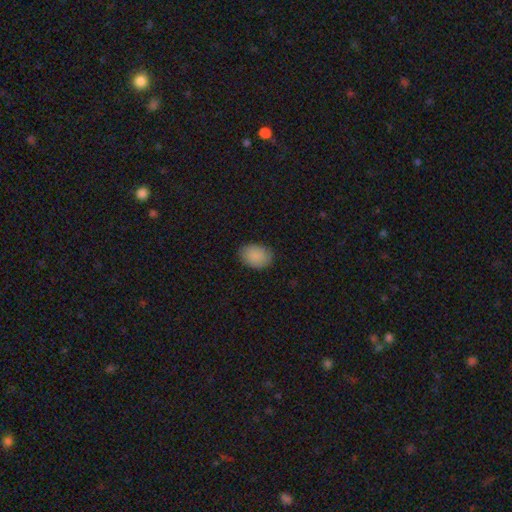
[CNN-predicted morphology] smooth-or-featured: smooth: 88% | star or artifact: 7% | featured or disk: 4%
  how-rounded: in between: 72% | round: 27% | cigar-shaped: 1%
  merging: none: 85% | minor disturbance: 12% | major disturbance: 3% | merger: 1%